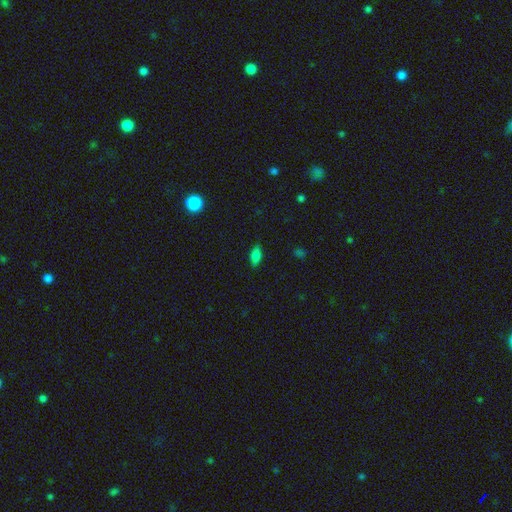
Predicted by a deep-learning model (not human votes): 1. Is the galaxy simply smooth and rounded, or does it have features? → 80% smooth, 11% star or artifact, 9% featured or disk.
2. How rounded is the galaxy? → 88% in between, 9% cigar-shaped, 3% round.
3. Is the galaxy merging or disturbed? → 83% none, 13% minor disturbance, 3% major disturbance, 1% merger.